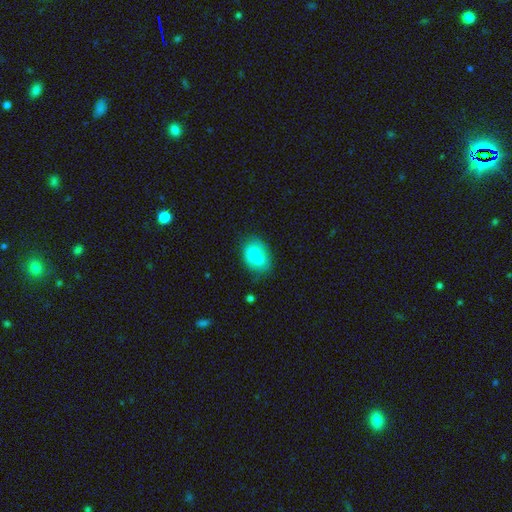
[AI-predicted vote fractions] Smooth or featured? Predicted: smooth (p=0.79). How rounded? Predicted: in between (p=0.84). Merging? Predicted: none (p=0.66).